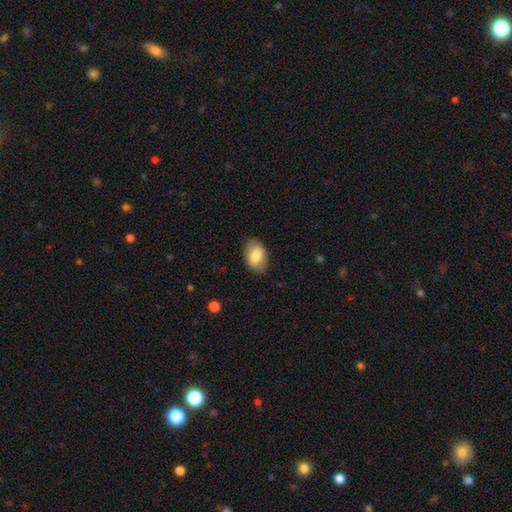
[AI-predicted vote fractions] smooth_or_featured: smooth (p=0.80) [alt: featured or disk p=0.14]
how_rounded: in between (p=0.88) [alt: round p=0.11]
merging: none (p=0.85) [alt: minor disturbance p=0.11]